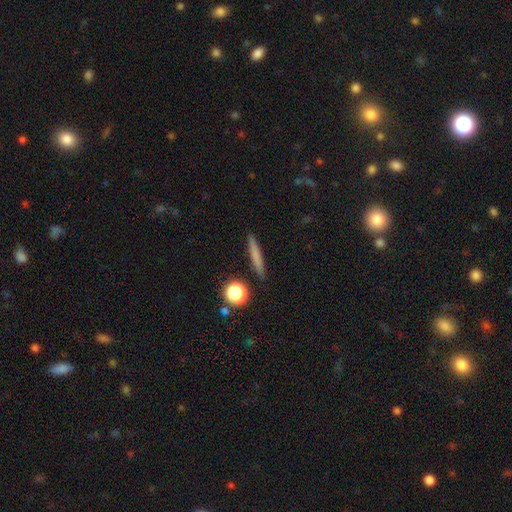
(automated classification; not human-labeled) Smooth or featured?
  - smooth: 69% *
  - featured or disk: 22%
  - star or artifact: 9%
How rounded?
  - cigar-shaped: 91% *
  - in between: 5%
  - round: 4%
Merging?
  - none: 89% *
  - minor disturbance: 7%
  - major disturbance: 2%
  - merger: 2%